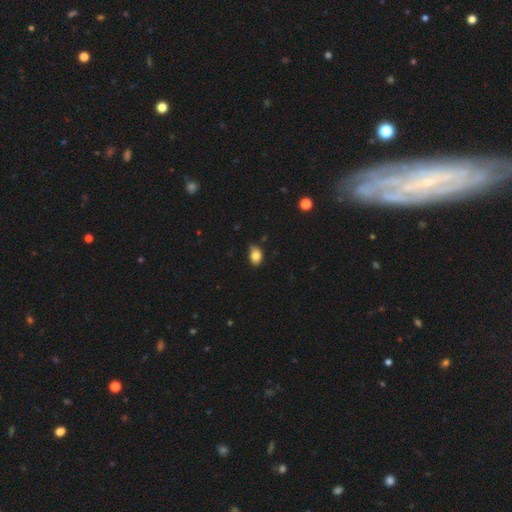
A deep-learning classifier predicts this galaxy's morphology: type=smooth (83%); roundness=in between (71%); merging=none (65%).